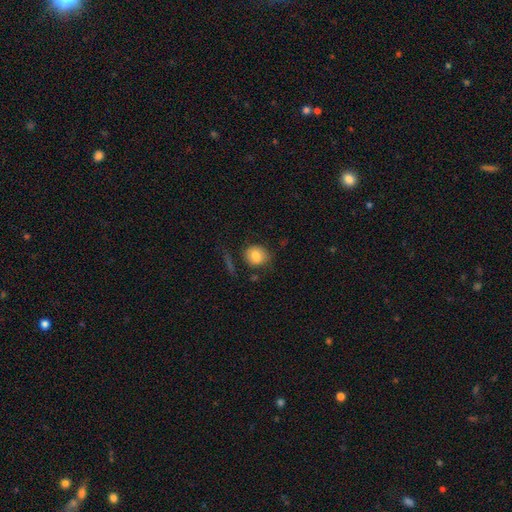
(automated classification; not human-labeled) Smooth or featured? smooth (80%)
How rounded? round (71%)
Merging? none (72%)